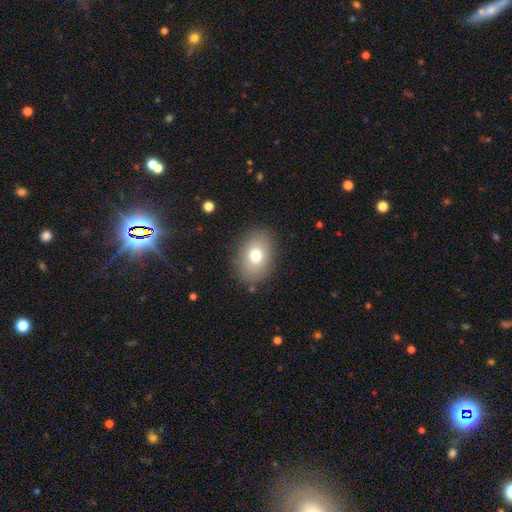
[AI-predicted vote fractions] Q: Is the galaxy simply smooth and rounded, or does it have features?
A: smooth — 74%.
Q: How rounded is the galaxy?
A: in between — 77%.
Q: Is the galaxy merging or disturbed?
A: none — 85%.